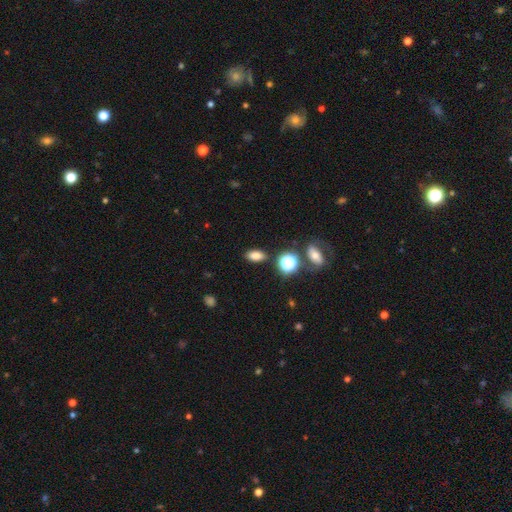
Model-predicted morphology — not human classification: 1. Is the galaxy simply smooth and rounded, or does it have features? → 78% smooth, 14% star or artifact, 8% featured or disk.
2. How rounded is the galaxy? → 83% in between, 12% round, 5% cigar-shaped.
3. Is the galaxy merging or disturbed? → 84% none, 10% minor disturbance, 4% merger, 3% major disturbance.